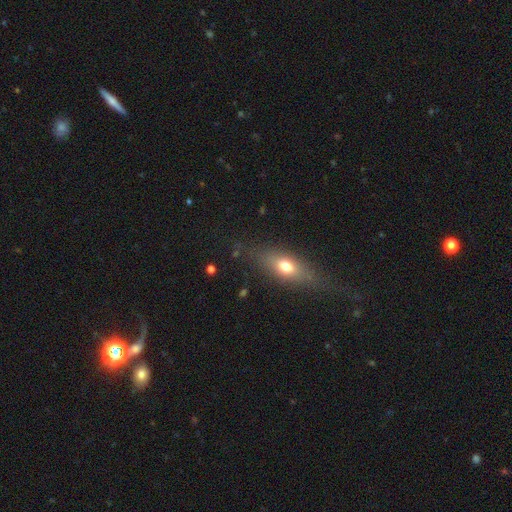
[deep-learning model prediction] Overall: featured or disk (50%; smooth 35%). Merging: none (77%).